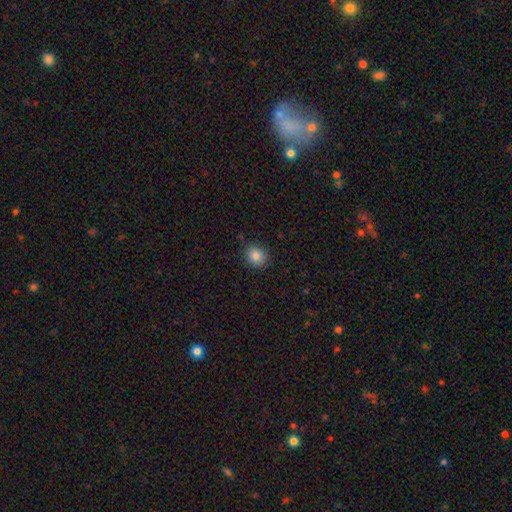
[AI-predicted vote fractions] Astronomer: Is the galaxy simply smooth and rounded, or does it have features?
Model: smooth — 84%.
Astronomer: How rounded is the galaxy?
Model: round — 79%.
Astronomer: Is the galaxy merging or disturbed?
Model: none — 86%.